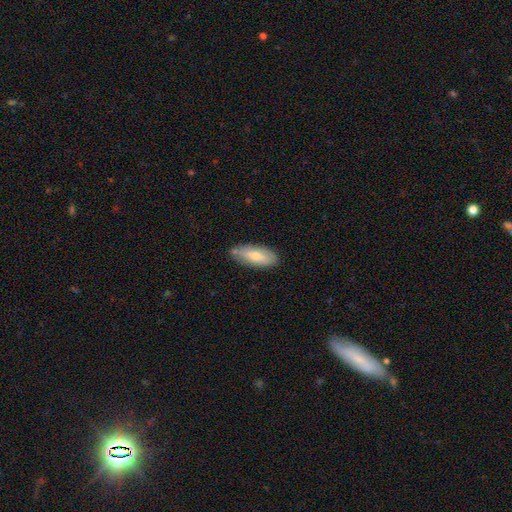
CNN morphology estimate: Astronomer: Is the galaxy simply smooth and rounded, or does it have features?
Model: smooth — 58% (runner-up: featured or disk, 35%).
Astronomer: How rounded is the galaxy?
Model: in between — 74%.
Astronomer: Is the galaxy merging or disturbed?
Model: none — 77%.